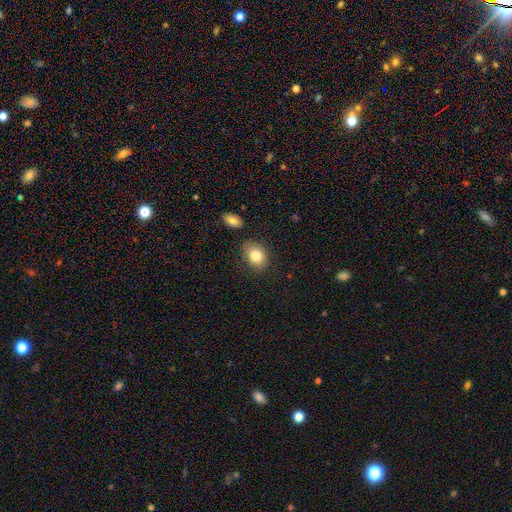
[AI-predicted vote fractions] Overall: smooth (83%). How rounded: in between (73%). Merging: none (80%).